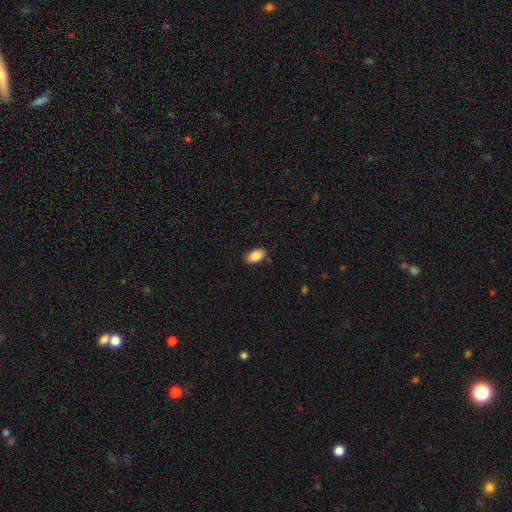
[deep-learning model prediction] Smooth or featured?
  - smooth: 87% *
  - star or artifact: 7%
  - featured or disk: 6%
How rounded?
  - in between: 94% *
  - round: 4%
  - cigar-shaped: 2%
Merging?
  - none: 86% *
  - minor disturbance: 11%
  - major disturbance: 2%
  - merger: 1%